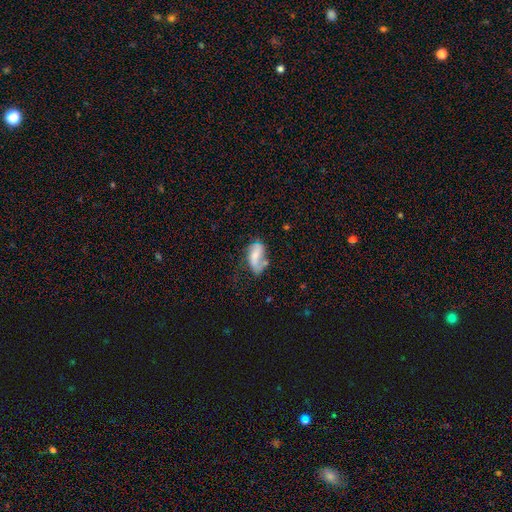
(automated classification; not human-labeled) Q: Smooth or featured?
A: featured or disk (48%); runner-up: smooth (44%)
Q: Merging?
A: none (37%); runner-up: minor disturbance (29%)